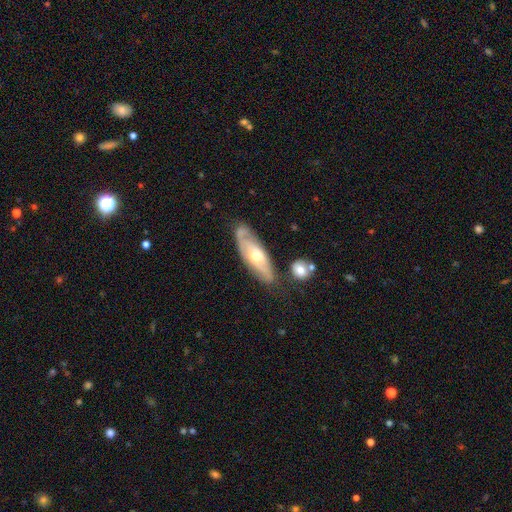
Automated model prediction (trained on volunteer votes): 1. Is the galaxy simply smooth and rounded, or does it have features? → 63% featured or disk, 31% smooth, 6% star or artifact.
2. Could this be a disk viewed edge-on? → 74% no, 26% yes.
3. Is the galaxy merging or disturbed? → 67% none, 20% minor disturbance, 7% merger, 6% major disturbance.